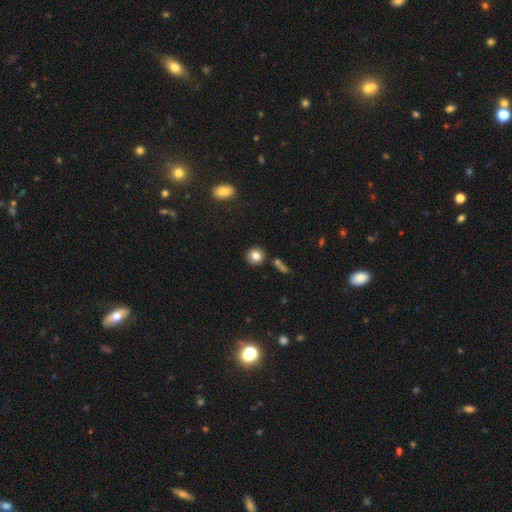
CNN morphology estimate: smooth_or_featured: smooth (p=0.81) [alt: star or artifact p=0.10]
how_rounded: round (p=0.90) [alt: in between p=0.09]
merging: none (p=0.84) [alt: minor disturbance p=0.08]